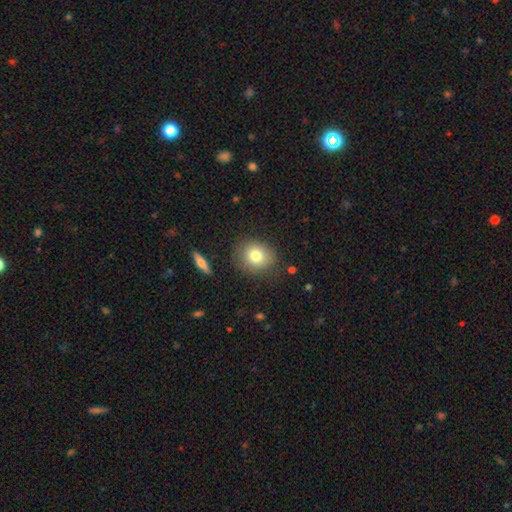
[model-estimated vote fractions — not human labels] This is likely a smooth galaxy (77%). How rounded: likely round (72%). Merging: clearly none (83%).